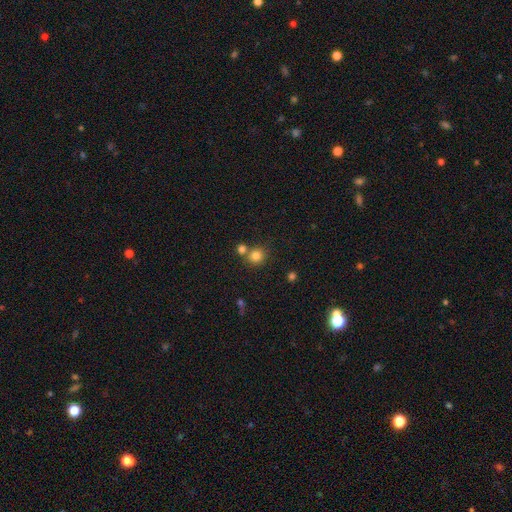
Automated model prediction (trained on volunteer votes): A smooth galaxy with no disk features (81%) that is round (87%). Merging: none (61%).